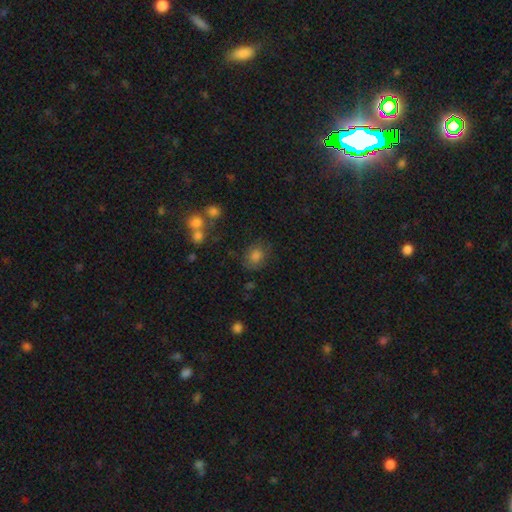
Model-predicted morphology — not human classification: Overall: smooth (77%). How rounded: round (54%; in between 45%). Merging: none (73%).